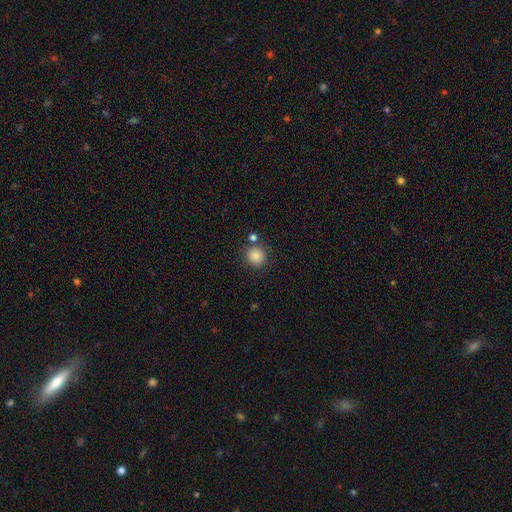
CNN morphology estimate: Smooth or featured? smooth (85%)
How rounded? round (92%)
Merging? none (80%)